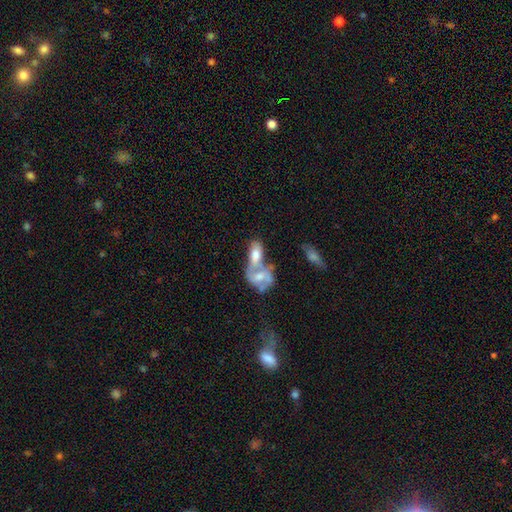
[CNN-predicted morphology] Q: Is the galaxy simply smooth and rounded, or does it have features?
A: featured or disk — 48%.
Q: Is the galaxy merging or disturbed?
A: merger — 65%.